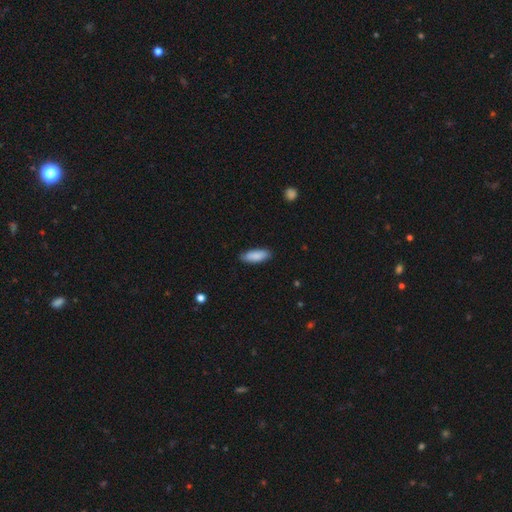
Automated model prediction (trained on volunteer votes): Q: Smooth or featured?
A: smooth (88%); runner-up: featured or disk (6%)
Q: How rounded?
A: in between (65%); runner-up: cigar-shaped (33%)
Q: Merging?
A: none (88%); runner-up: minor disturbance (9%)